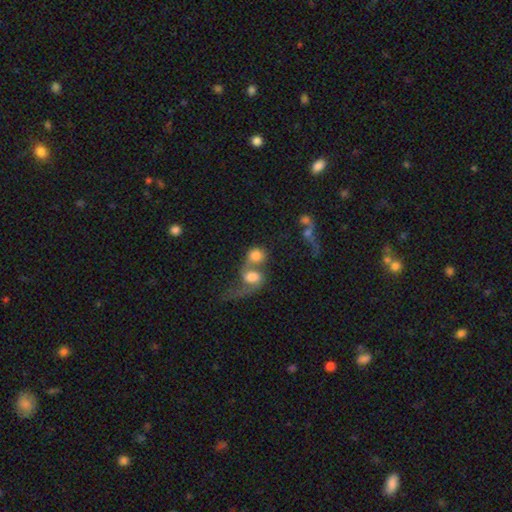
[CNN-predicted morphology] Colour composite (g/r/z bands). It shows a smooth galaxy with no disk features (65%) that is round (69%). Merging: merger (71%).